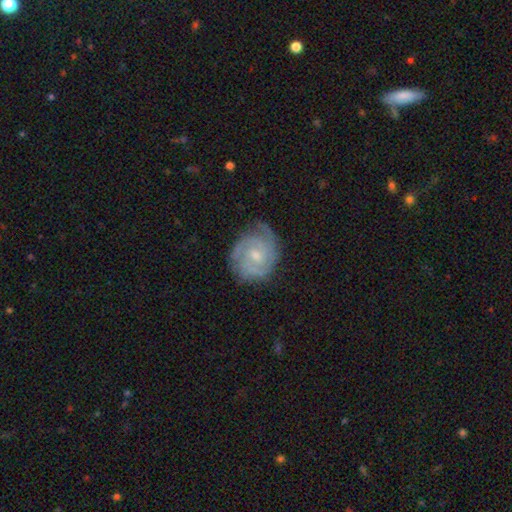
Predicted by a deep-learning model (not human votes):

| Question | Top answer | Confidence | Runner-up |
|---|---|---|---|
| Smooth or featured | featured or disk | 81% | smooth (13%) |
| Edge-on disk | no | 98% | yes (2%) |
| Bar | no | 51% | weak (43%) |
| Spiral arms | yes | 96% | no (4%) |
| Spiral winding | tight | 64% | medium (30%) |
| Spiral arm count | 2 | 40% | 3 (26%) |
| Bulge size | small | 47% | moderate (46%) |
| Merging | none | 70% | minor disturbance (22%) |